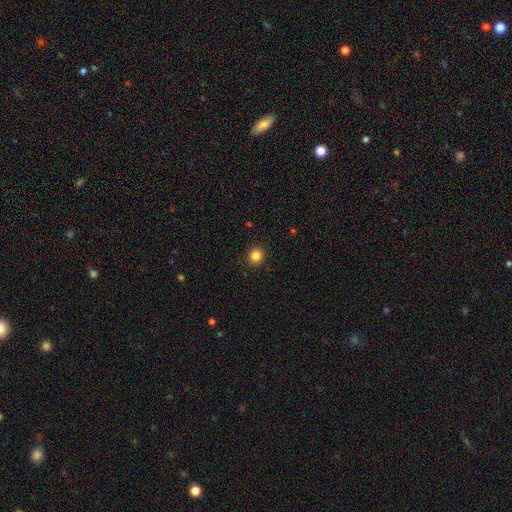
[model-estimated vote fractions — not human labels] The model was most divided on "smooth or featured": smooth: 85%, star or artifact: 11%, featured or disk: 4%. More confident: merging — none (92%); how rounded — round (89%).